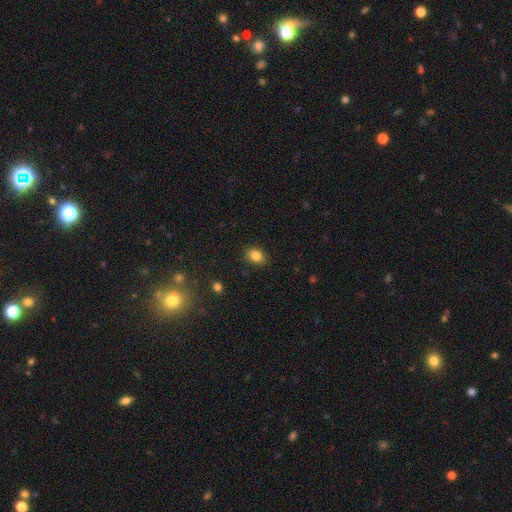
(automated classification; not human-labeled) A smooth galaxy with no disk features (84%) that is in between round and cigar-shaped (76%).

Vote fractions:
- Smooth or featured? smooth: 84% / star or artifact: 10% / featured or disk: 6%
- How rounded? in between: 76% / round: 23% / cigar-shaped: 1%
- Merging? none: 86% / minor disturbance: 10% / major disturbance: 2% / merger: 1%